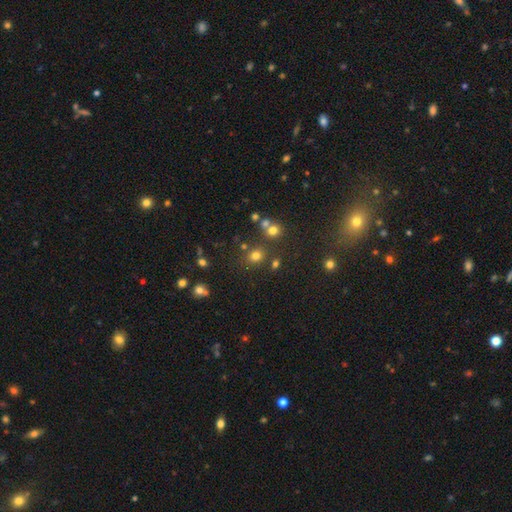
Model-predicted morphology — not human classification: Smooth or featured?
  - smooth: 72% *
  - star or artifact: 21%
  - featured or disk: 8%
How rounded?
  - round: 76% *
  - in between: 23%
  - cigar-shaped: 1%
Merging?
  - none: 75% *
  - merger: 11%
  - minor disturbance: 10%
  - major disturbance: 4%